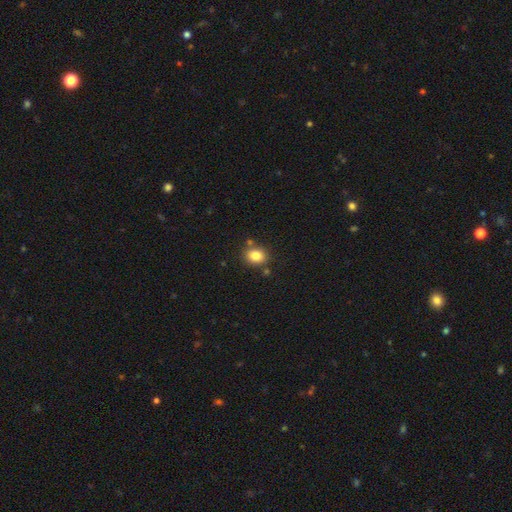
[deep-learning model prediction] Smooth or featured: smooth — 83% (star or artifact — 11%)
How rounded: round — 57% (in between — 42%)
Merging: none — 78% (minor disturbance — 11%)